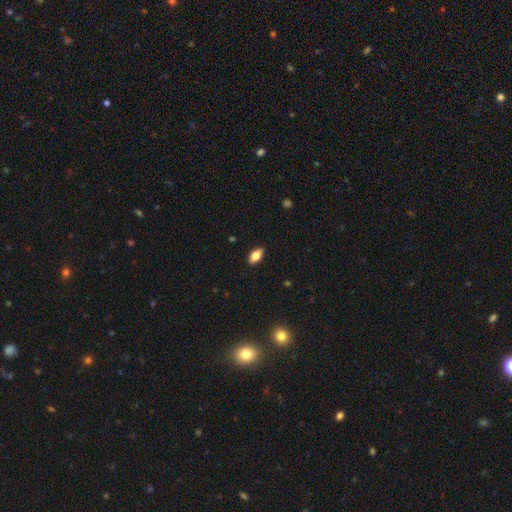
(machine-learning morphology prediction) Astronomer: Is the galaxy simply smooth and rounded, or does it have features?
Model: smooth — 79%.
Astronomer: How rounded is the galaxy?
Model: in between — 90%.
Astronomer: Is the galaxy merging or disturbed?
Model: none — 88%.